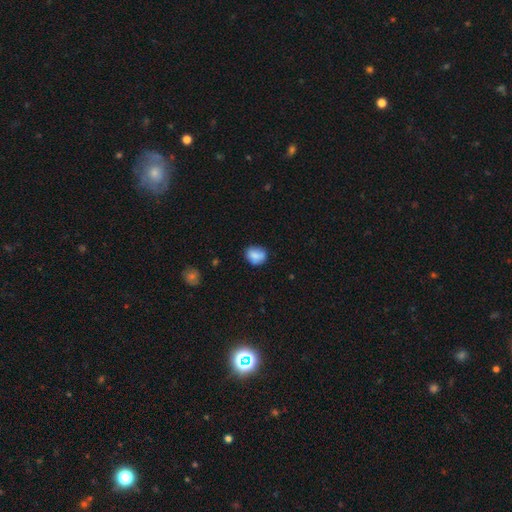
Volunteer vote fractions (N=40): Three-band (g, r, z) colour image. It shows a smooth galaxy with no disk features (78%) that is round (58%). Merging: none (51%).